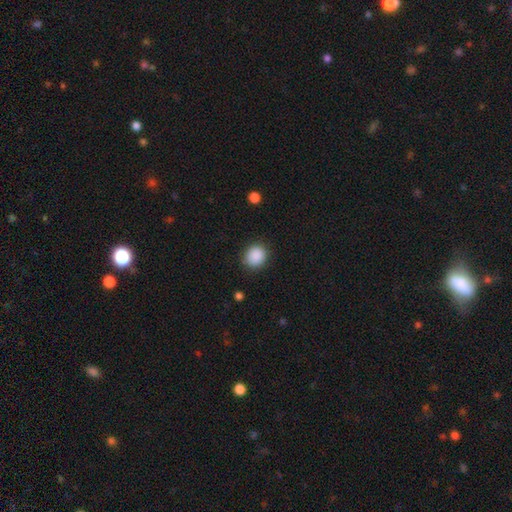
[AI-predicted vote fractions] smooth 89%, star or artifact 8%, featured or disk 3%. Down the decision tree: how rounded — round (75%); merging — none (86%).